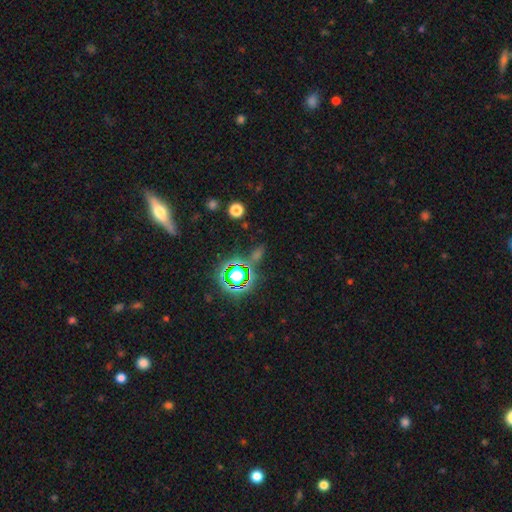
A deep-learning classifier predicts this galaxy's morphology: Smooth or featured? star or artifact (64%)